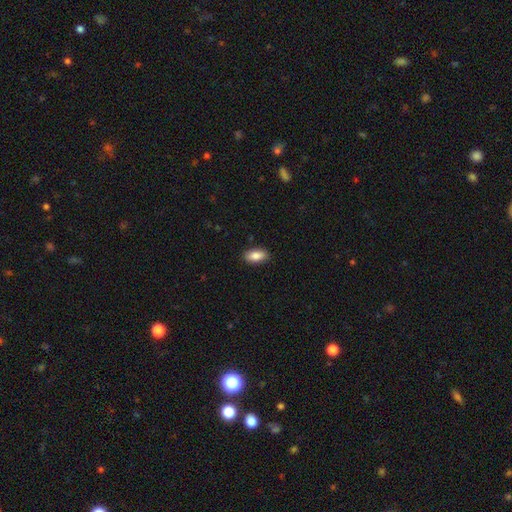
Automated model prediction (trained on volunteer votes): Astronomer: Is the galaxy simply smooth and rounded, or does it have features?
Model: smooth — 86%.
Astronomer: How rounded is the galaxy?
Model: in between — 90%.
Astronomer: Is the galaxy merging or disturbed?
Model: none — 89%.